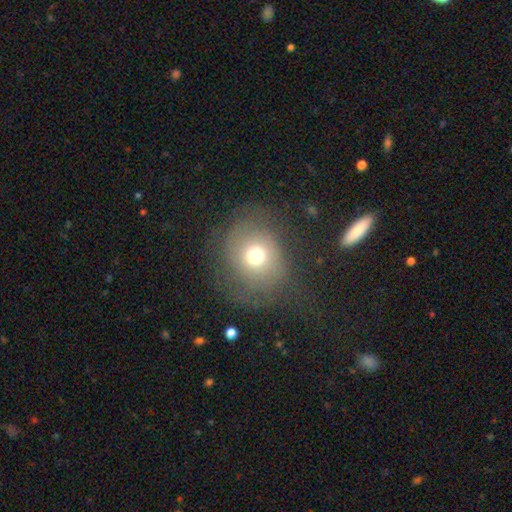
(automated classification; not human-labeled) Overall: smooth (64%). How rounded: round (74%). Merging: none (65%).